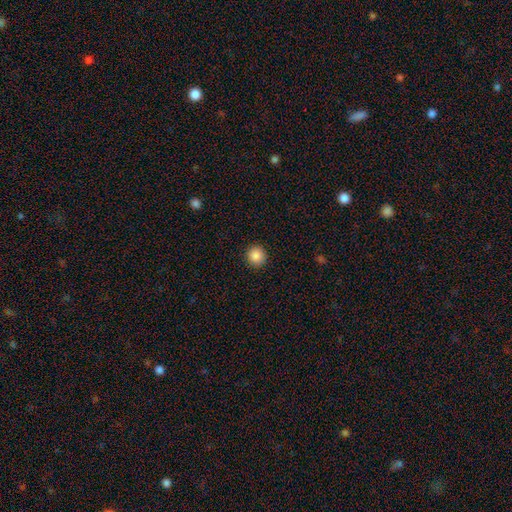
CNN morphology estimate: smooth 87%, star or artifact 9%, featured or disk 3%. Down the decision tree: how rounded — round (94%); merging — none (93%).